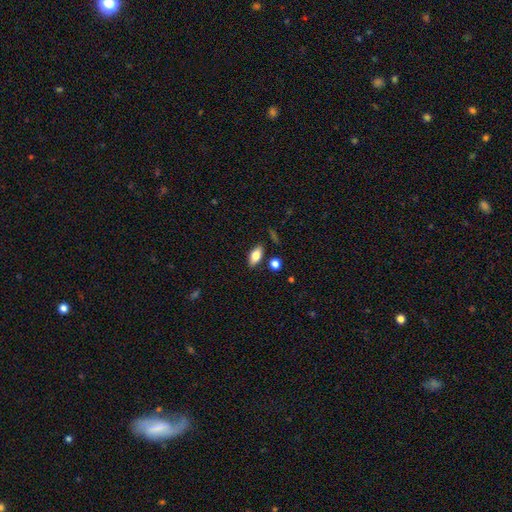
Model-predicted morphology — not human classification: Smooth or featured? smooth (77%)
How rounded? in between (86%)
Merging? none (83%)